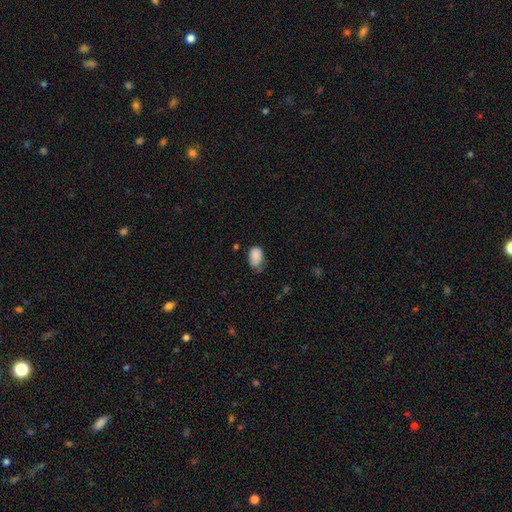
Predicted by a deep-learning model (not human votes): Q: Smooth or featured?
A: smooth (85%); runner-up: star or artifact (8%)
Q: How rounded?
A: in between (86%); runner-up: round (12%)
Q: Merging?
A: none (49%); runner-up: minor disturbance (37%)